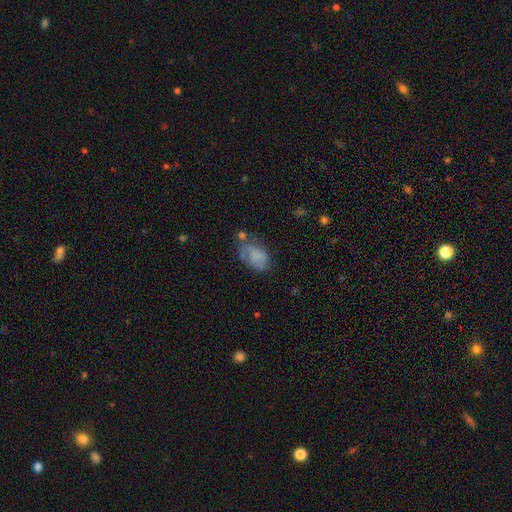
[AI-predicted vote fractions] smooth-or-featured: smooth: 56% | featured or disk: 33% | star or artifact: 10%
  how-rounded: in between: 86% | round: 12% | cigar-shaped: 2%
  merging: none: 41% | minor disturbance: 30% | major disturbance: 21% | merger: 8%